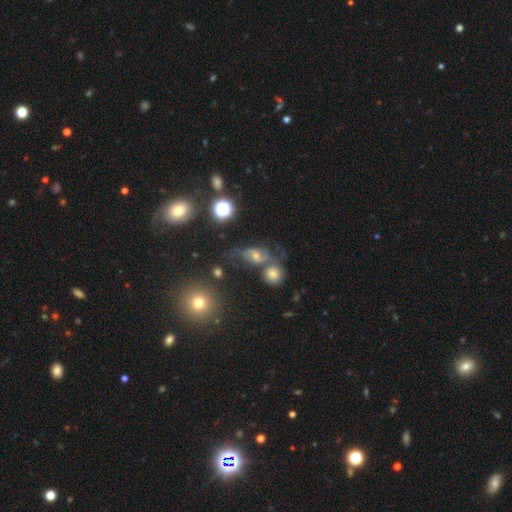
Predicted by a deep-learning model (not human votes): smooth-or-featured: smooth: 41% | featured or disk: 40% | star or artifact: 19%
  merging: none: 41% | merger: 21% | minor disturbance: 21% | major disturbance: 17%